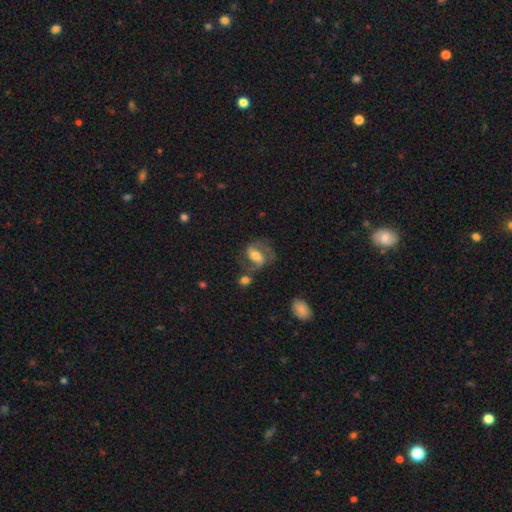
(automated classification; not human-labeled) A featured or disk galaxy (73%) with a strong bar (47%), 2 (86%) medium (55%) spiral arms (89%) and a moderate central bulge (60%).

Vote fractions:
- Smooth or featured? featured or disk: 73% / smooth: 20% / star or artifact: 7%
- Edge-on disk? no: 96% / yes: 4%
- Bar? strong: 47% / weak: 35% / no: 18%
- Spiral arms? yes: 89% / no: 11%
- Spiral winding? medium: 55% / loose: 23% / tight: 22%
- Spiral arm count? 2: 86% / can't tell: 6% / 1: 4% / 3: 2% / 4: 1% / more than 4: 1%
- Bulge size? moderate: 60% / small: 22% / large: 15% / none: 2% / dominant: 2%
- Merging? none: 57% / minor disturbance: 17% / major disturbance: 15% / merger: 11%